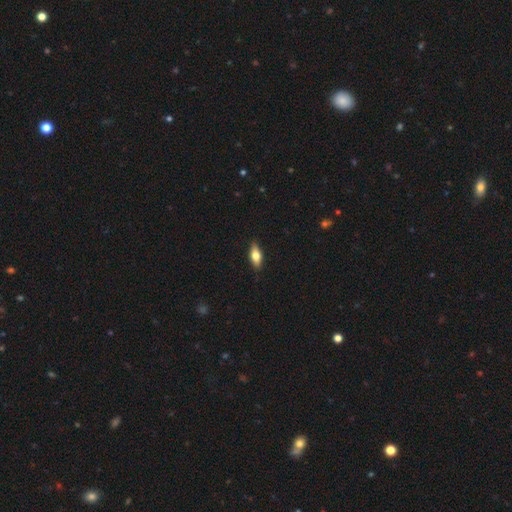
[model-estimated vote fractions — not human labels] Morphology: type=smooth (62%); roundness=in between (74%); merging=none (87%).